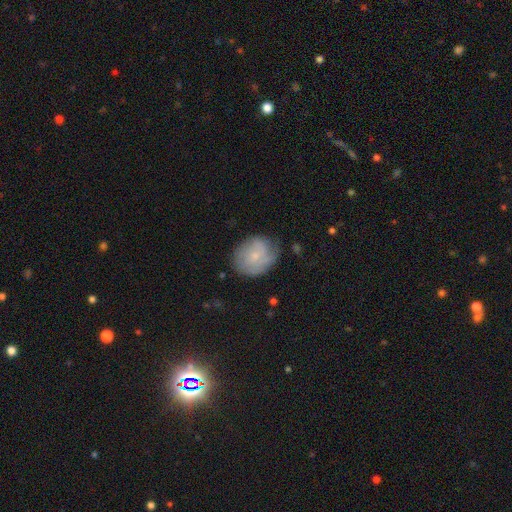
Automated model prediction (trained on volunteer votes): Q: Smooth or featured?
A: smooth (51%); runner-up: featured or disk (42%)
Q: How rounded?
A: round (59%); runner-up: in between (40%)
Q: Merging?
A: none (60%); runner-up: minor disturbance (28%)